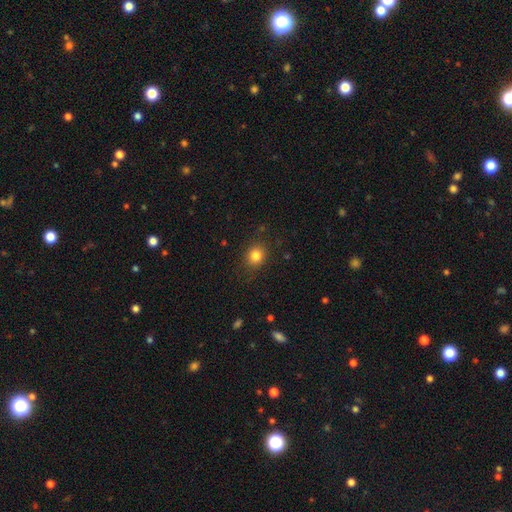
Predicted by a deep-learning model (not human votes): Q: Smooth or featured?
A: smooth (82%); runner-up: star or artifact (11%)
Q: How rounded?
A: round (70%); runner-up: in between (29%)
Q: Merging?
A: none (85%); runner-up: minor disturbance (11%)